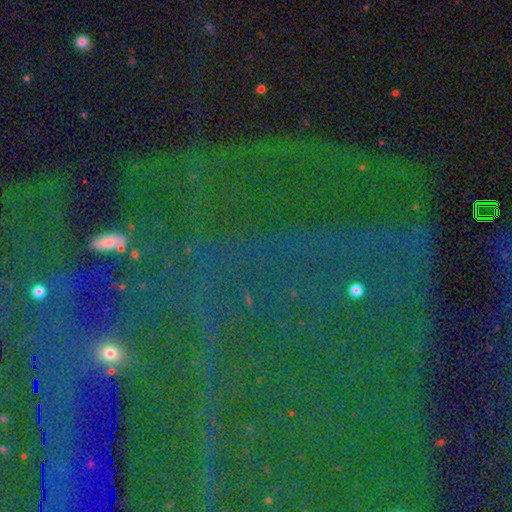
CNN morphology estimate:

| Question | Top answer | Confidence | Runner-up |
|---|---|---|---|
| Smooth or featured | star or artifact | 85% | featured or disk (8%) |